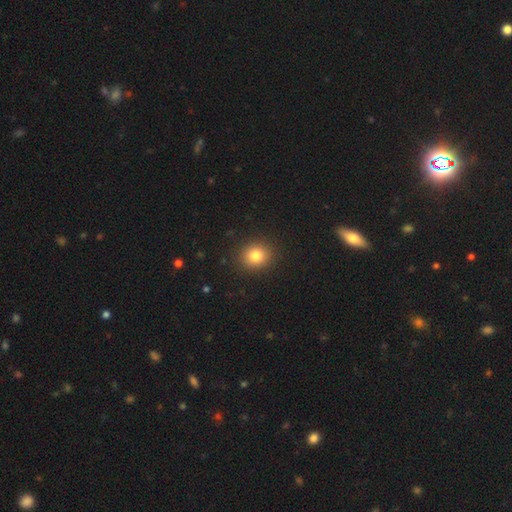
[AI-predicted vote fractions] A smooth galaxy with no disk features (82%) that is round (78%). Merging: none (90%).